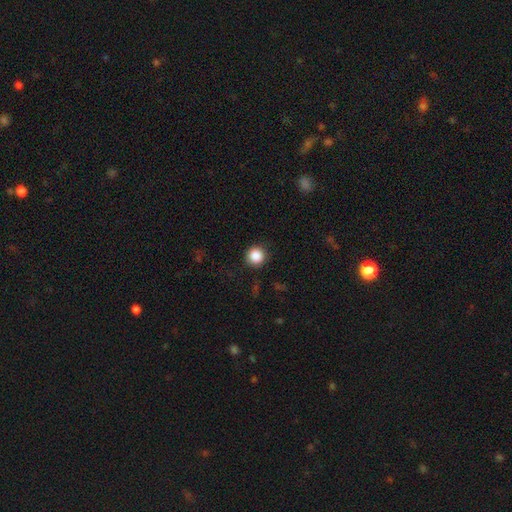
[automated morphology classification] smooth 86%, star or artifact 10%, featured or disk 3%. Down the decision tree: how rounded — round (94%); merging — none (90%).